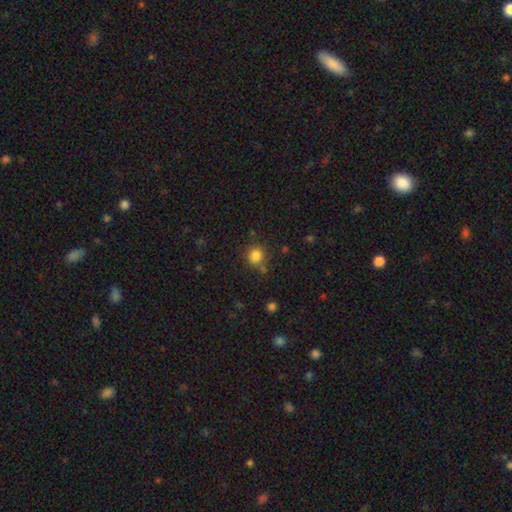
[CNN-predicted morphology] A smooth galaxy with no disk features (83%) that is round (90%).

Vote fractions:
- Smooth or featured? smooth: 83% / star or artifact: 12% / featured or disk: 5%
- How rounded? round: 90% / in between: 9% / cigar-shaped: 1%
- Merging? none: 78% / minor disturbance: 11% / merger: 7% / major disturbance: 4%